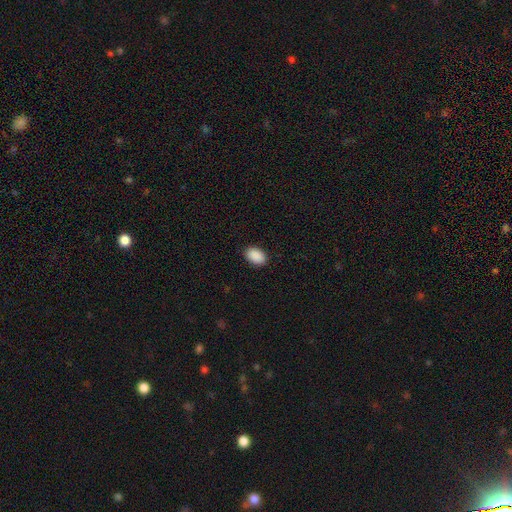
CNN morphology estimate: The model was most divided on "how rounded": in between: 87%, round: 12%, cigar-shaped: 1%. More confident: smooth or featured — smooth (91%); merging — none (90%).